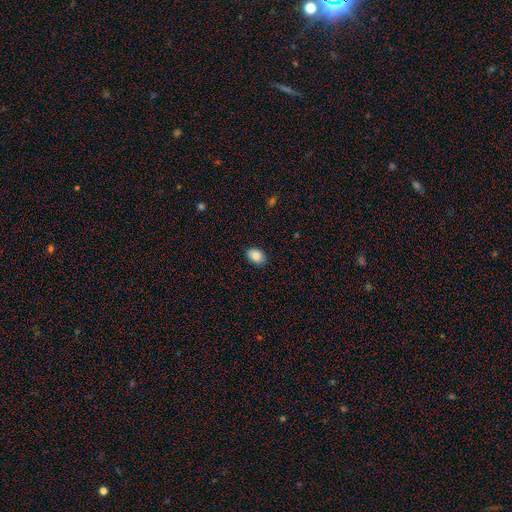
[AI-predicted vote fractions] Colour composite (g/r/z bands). It shows a smooth galaxy with no disk features (87%) that is in between round and cigar-shaped (83%). Merging: none (86%).